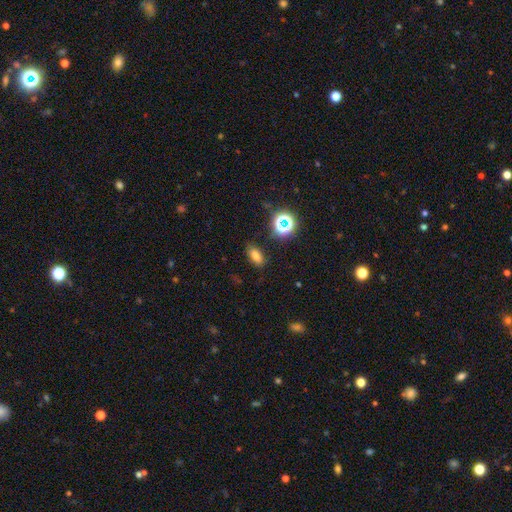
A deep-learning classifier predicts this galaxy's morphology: This is likely a smooth galaxy (72%). How rounded: clearly in between (84%). Merging: clearly none (84%).